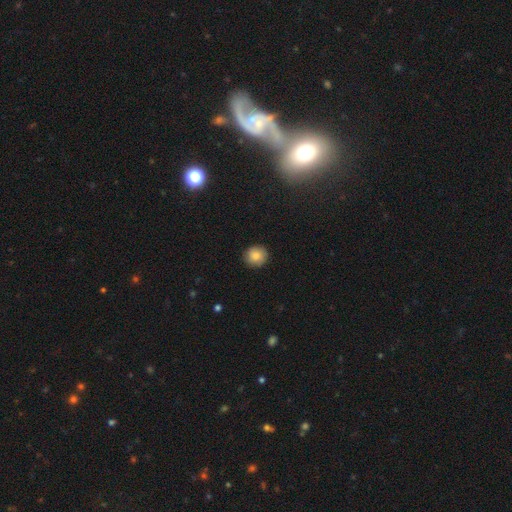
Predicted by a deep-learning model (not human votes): Smooth or featured?
  - smooth: 84% *
  - star or artifact: 9%
  - featured or disk: 7%
How rounded?
  - round: 90% *
  - in between: 9%
  - cigar-shaped: 1%
Merging?
  - none: 89% *
  - minor disturbance: 8%
  - major disturbance: 2%
  - merger: 1%